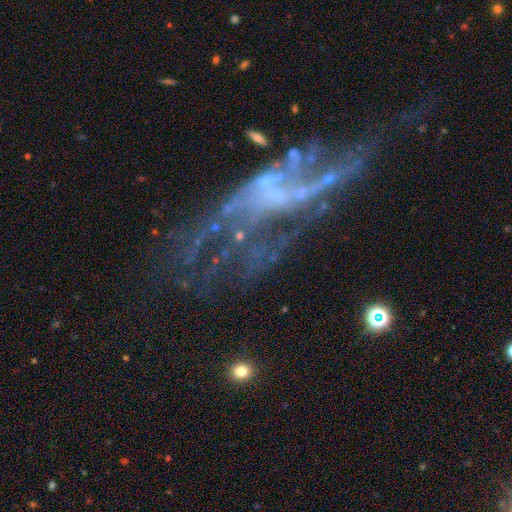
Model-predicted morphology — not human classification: Overall: featured or disk (68%). Edge-on disk: no (90%). Bar: no (71%). Spiral arms: no (50%, tied with yes). Bulge size: none (61%; small 27%). Merging: major disturbance (38%; none 37%).